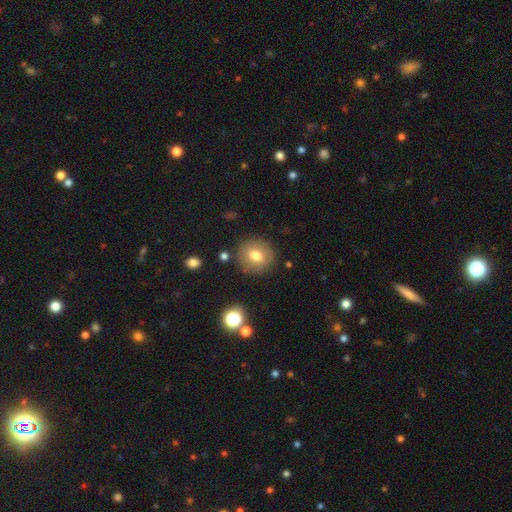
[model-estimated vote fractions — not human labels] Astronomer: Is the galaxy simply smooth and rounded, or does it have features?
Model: smooth — 74%.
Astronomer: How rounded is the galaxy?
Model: round — 85%.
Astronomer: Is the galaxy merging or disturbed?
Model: none — 86%.